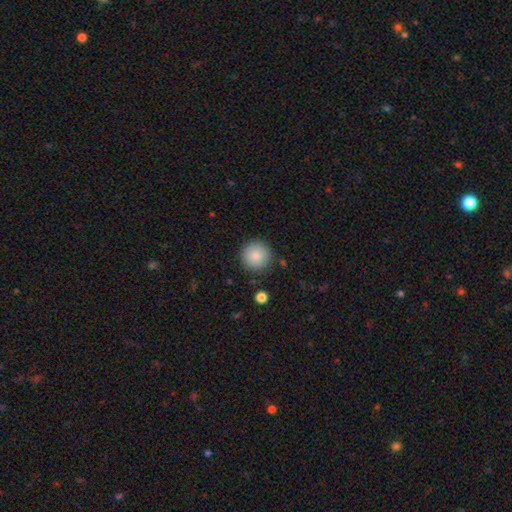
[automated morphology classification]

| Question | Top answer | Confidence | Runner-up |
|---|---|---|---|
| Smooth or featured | smooth | 87% | star or artifact (8%) |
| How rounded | round | 96% | in between (3%) |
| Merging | none | 89% | minor disturbance (7%) |